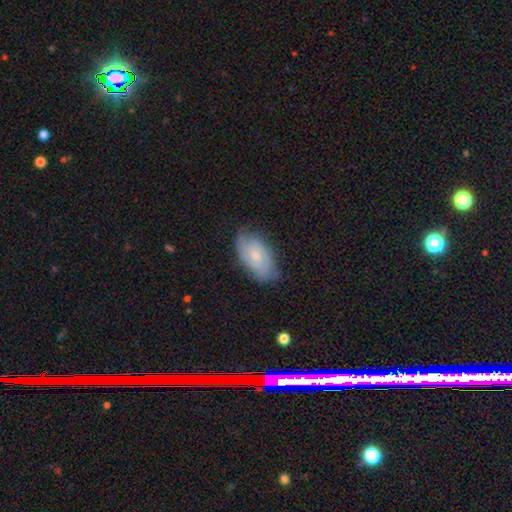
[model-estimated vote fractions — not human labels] A featured or disk galaxy (55%) with no bar (72%), spiral arms (80%) and a small central bulge (57%).

Vote fractions:
- Smooth or featured? featured or disk: 55% / smooth: 38% / star or artifact: 7%
- Edge-on disk? no: 93% / yes: 7%
- Bar? no: 72% / weak: 24% / strong: 3%
- Spiral arms? yes: 80% / no: 20%
- Bulge size? small: 57% / moderate: 37% / none: 4% / large: 2% / dominant: 1%
- Merging? none: 71% / minor disturbance: 22% / major disturbance: 5% / merger: 1%